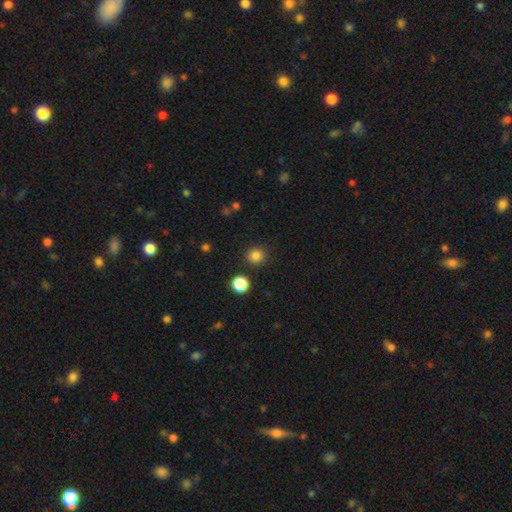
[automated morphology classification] type=smooth (84%); roundness=round (90%); merging=none (89%).